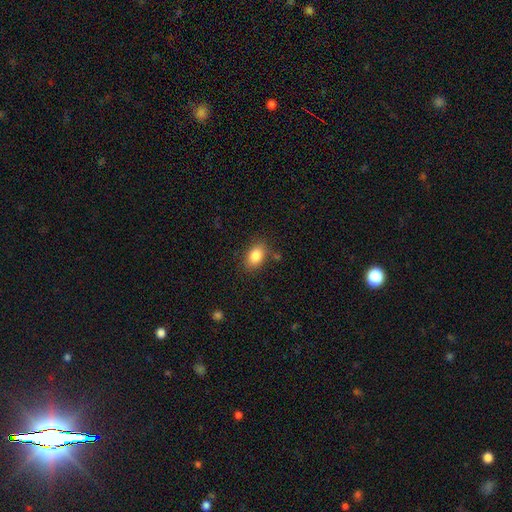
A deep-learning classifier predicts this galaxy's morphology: type=smooth (85%); roundness=in between (84%); merging=none (80%).